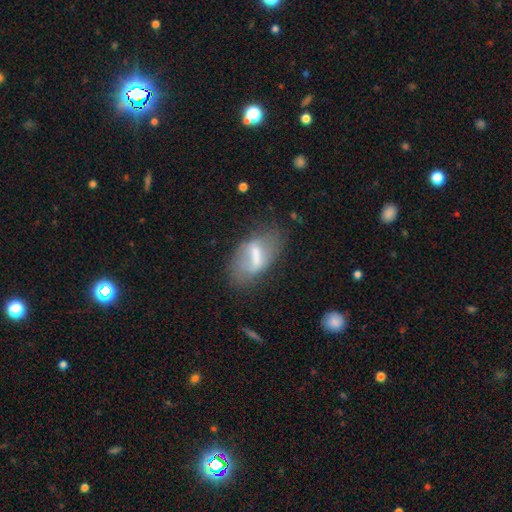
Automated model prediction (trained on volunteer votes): This is possibly a featured or disk galaxy (49%). Merging: possibly none (56%).